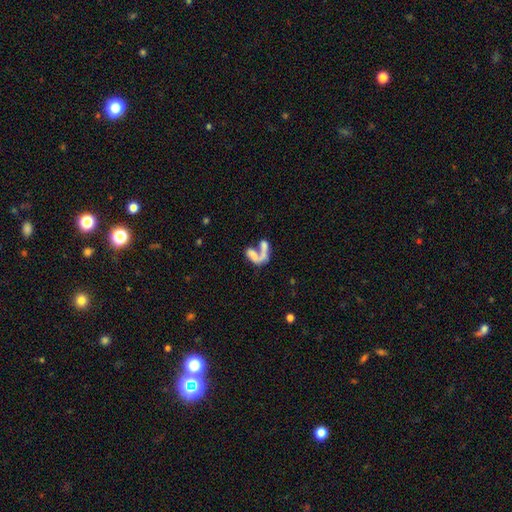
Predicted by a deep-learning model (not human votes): Q: Smooth or featured?
A: smooth (47%); runner-up: featured or disk (41%)
Q: Merging?
A: merger (62%); runner-up: none (16%)